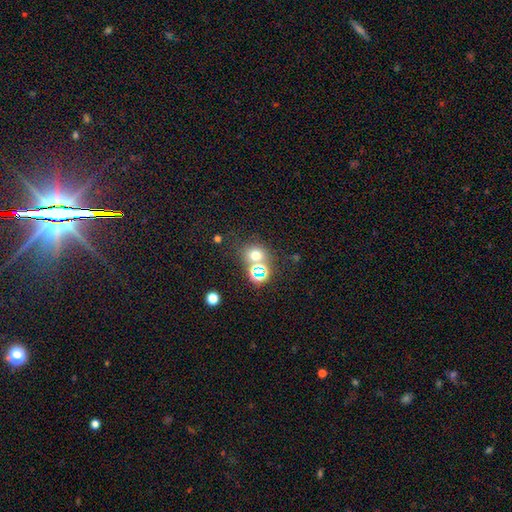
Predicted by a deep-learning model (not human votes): Overall: smooth (63%; star or artifact 28%). How rounded: round (78%). Merging: none (62%; merger 23%).